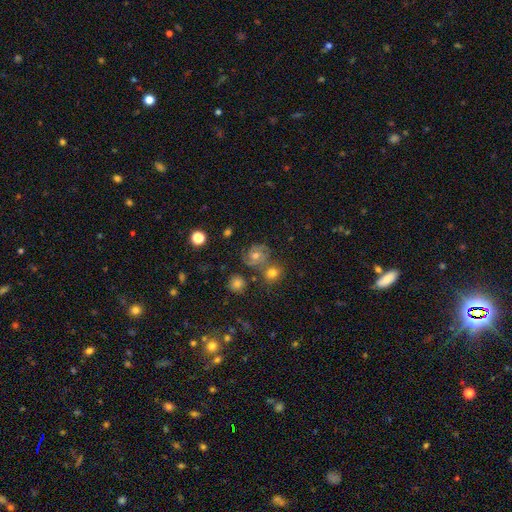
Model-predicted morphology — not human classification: featured or disk 63%, smooth 24%, star or artifact 13%. Down the decision tree: edge-on disk — no (97%); bar — no (71%); spiral arms — yes (92%); spiral arm count — 2 (43%); spiral winding — tight (52%); bulge size — moderate (66%); merging — none (64%).